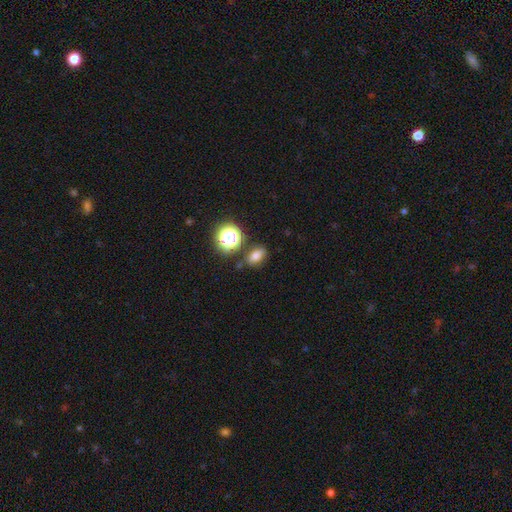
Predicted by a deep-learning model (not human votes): Overall: smooth (70%). How rounded: in between (74%). Merging: none (78%).